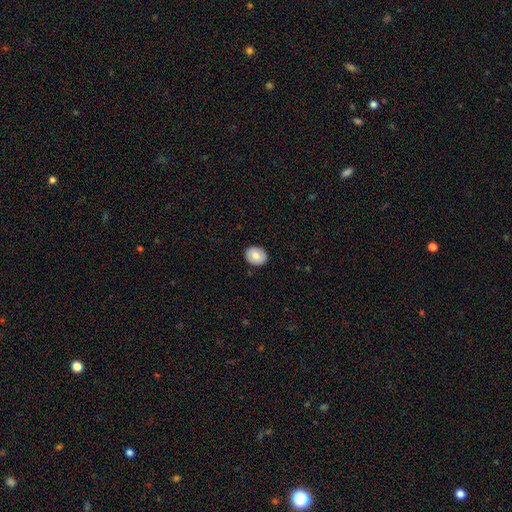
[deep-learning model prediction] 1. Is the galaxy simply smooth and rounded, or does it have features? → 78% smooth, 15% featured or disk, 7% star or artifact.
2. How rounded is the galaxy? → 50% round, 49% in between, 1% cigar-shaped.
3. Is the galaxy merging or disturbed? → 89% none, 8% minor disturbance, 2% major disturbance, 1% merger.